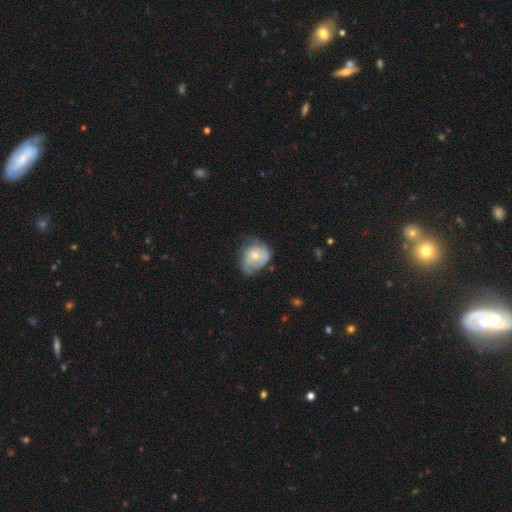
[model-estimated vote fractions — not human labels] Smooth or featured? featured or disk (56%)
Edge-on disk? no (97%)
Bar? no (75%)
Spiral arms? yes (75%)
Bulge size? moderate (47%, tied with small)
Merging? none (43%)